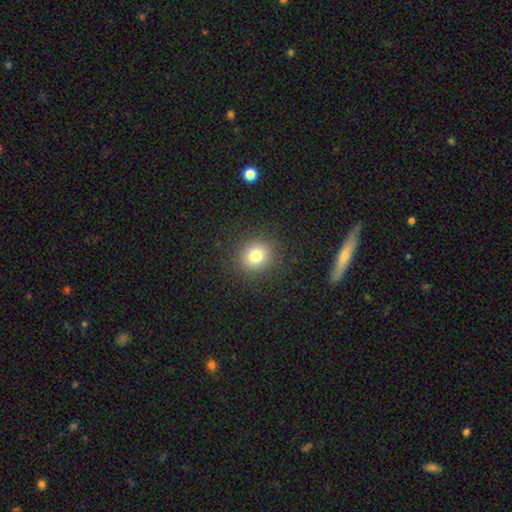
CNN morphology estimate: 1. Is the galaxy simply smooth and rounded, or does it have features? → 78% smooth, 14% star or artifact, 8% featured or disk.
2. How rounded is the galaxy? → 87% round, 12% in between, 1% cigar-shaped.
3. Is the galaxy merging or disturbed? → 90% none, 6% minor disturbance, 3% major disturbance, 1% merger.